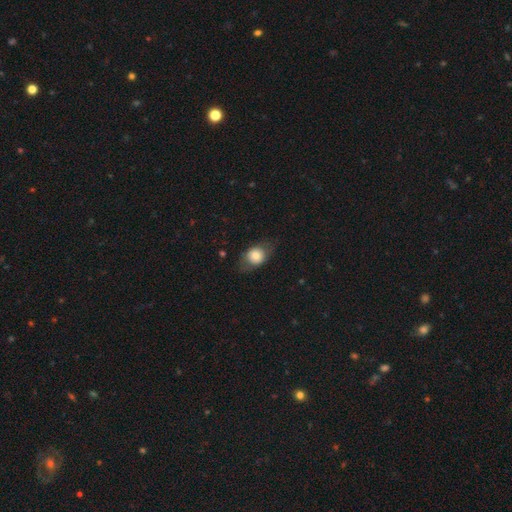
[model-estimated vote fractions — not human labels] Q: Smooth or featured?
A: smooth (71%); runner-up: featured or disk (21%)
Q: How rounded?
A: round (54%); runner-up: in between (44%)
Q: Merging?
A: none (69%); runner-up: minor disturbance (20%)